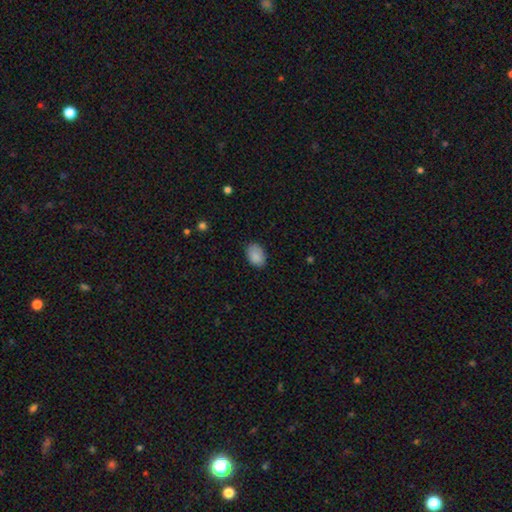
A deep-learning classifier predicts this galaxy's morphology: smooth 89%, star or artifact 7%, featured or disk 4%. Down the decision tree: how rounded — in between (84%); merging — none (84%).